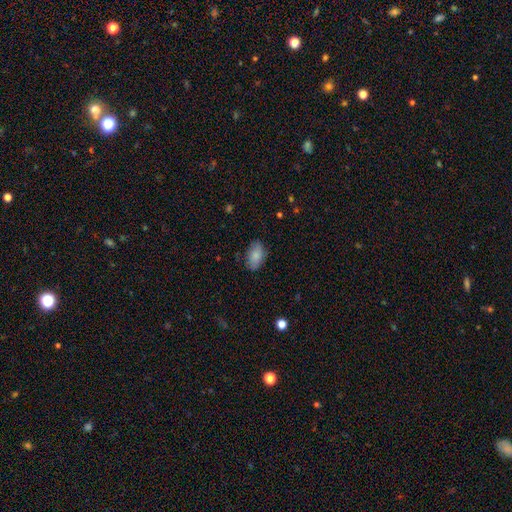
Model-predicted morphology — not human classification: This is clearly a smooth galaxy (83%). How rounded: clearly in between (92%). Merging: clearly none (80%).